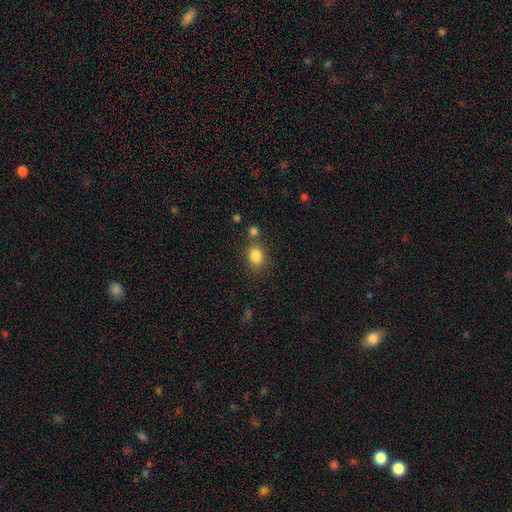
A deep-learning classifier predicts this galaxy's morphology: This appears to be a smooth galaxy with no disk features (84%) that is round (51%). Merging: none (67%).